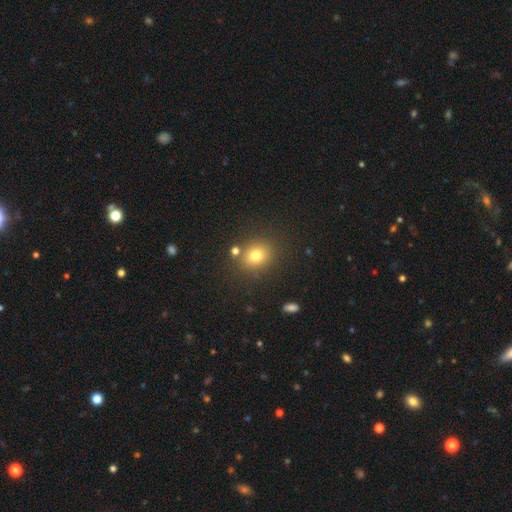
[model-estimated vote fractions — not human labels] The model was most divided on "how rounded": round: 70%, in between: 29%, cigar-shaped: 1%. More confident: merging — none (80%); smooth or featured — smooth (77%).